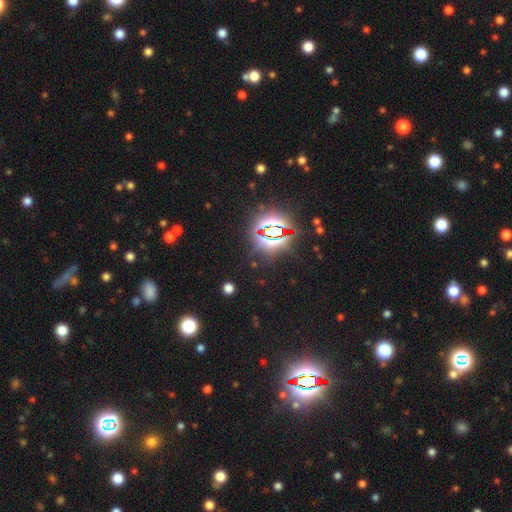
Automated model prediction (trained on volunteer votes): smooth_or_featured: star or artifact (p=0.80) [alt: smooth p=0.13]